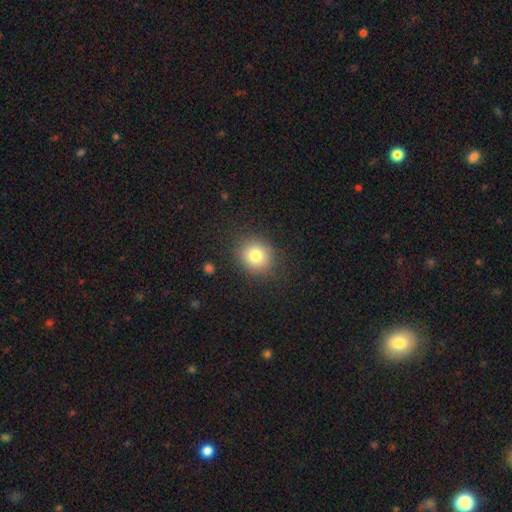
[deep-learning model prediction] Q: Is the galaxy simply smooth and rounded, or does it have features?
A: smooth — 79%.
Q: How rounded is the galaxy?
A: round — 75%.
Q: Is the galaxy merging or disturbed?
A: none — 85%.